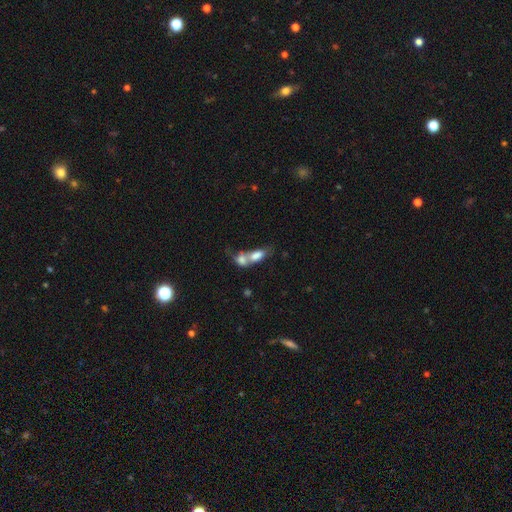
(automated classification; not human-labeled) Morphology: type=smooth (73%); roundness=in between (78%); merging=merger (74%).